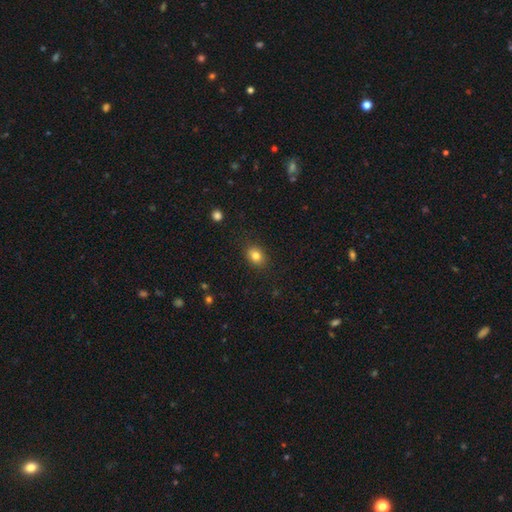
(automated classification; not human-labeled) Smooth or featured?
  - smooth: 81% *
  - star or artifact: 11%
  - featured or disk: 8%
How rounded?
  - in between: 57% *
  - round: 42%
  - cigar-shaped: 1%
Merging?
  - none: 85% *
  - minor disturbance: 11%
  - major disturbance: 3%
  - merger: 1%